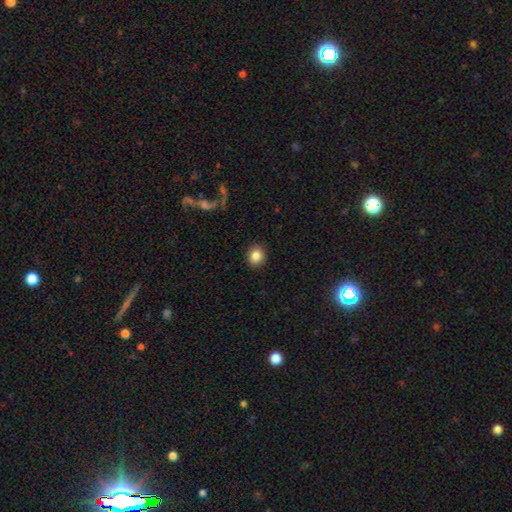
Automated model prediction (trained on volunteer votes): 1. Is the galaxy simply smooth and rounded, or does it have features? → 85% smooth, 9% star or artifact, 6% featured or disk.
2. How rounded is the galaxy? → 70% round, 29% in between, 1% cigar-shaped.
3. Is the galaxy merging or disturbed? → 90% none, 6% minor disturbance, 2% major disturbance, 1% merger.